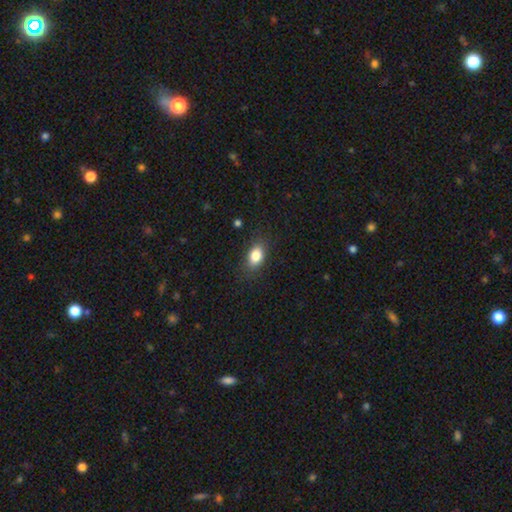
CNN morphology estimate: Overall: smooth (84%). How rounded: in between (82%). Merging: none (83%).